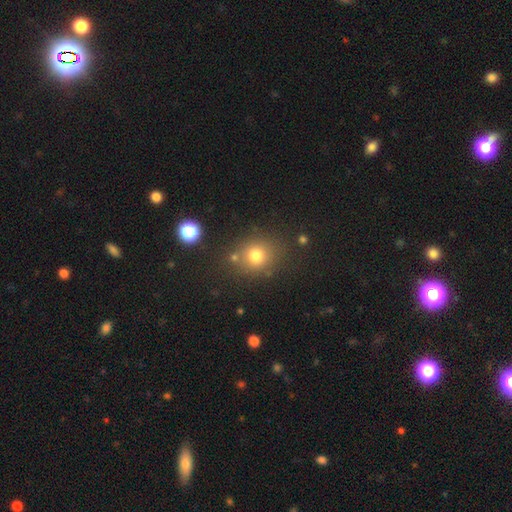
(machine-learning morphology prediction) Smooth or featured? Predicted: smooth (p=0.75). How rounded? Predicted: round (p=0.77). Merging? Predicted: none (p=0.76).